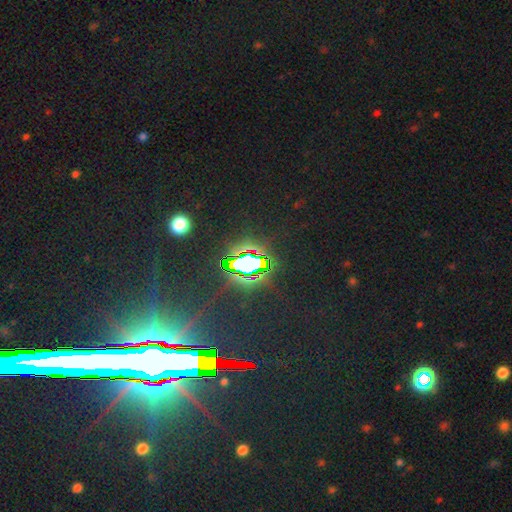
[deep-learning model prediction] Morphology: type=star or artifact (83%).